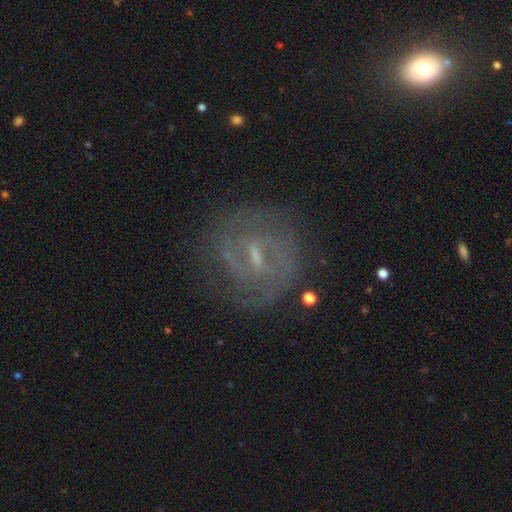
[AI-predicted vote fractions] A featured or disk galaxy (79%) with a weak bar (51%), 2 (58%) tight (52%) spiral arms (90%) and a small central bulge (61%). Merging: none (77%).